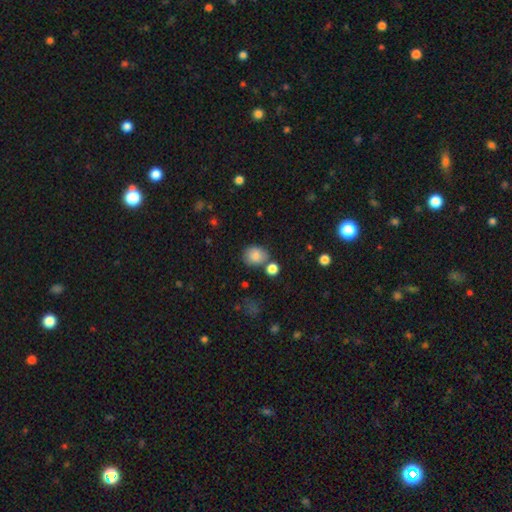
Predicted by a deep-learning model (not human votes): Morphology: type=smooth (84%); roundness=round (64%); merging=none (69%).